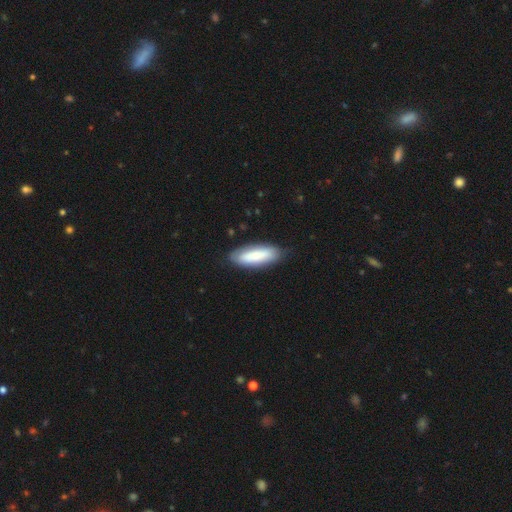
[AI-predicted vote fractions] Overall: smooth (71%). How rounded: in between (65%; cigar-shaped 33%). Merging: none (80%).